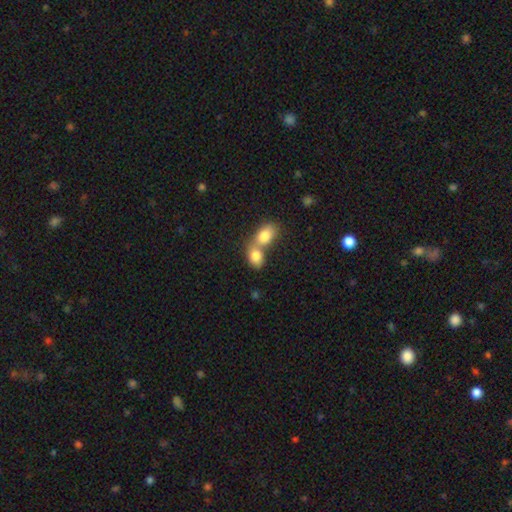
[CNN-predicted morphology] A smooth galaxy with no disk features (82%) that is in between round and cigar-shaped (76%).

Vote fractions:
- Smooth or featured? smooth: 82% / featured or disk: 11% / star or artifact: 8%
- How rounded? in between: 76% / round: 22% / cigar-shaped: 2%
- Merging? merger: 72% / none: 20% / minor disturbance: 5% / major disturbance: 3%